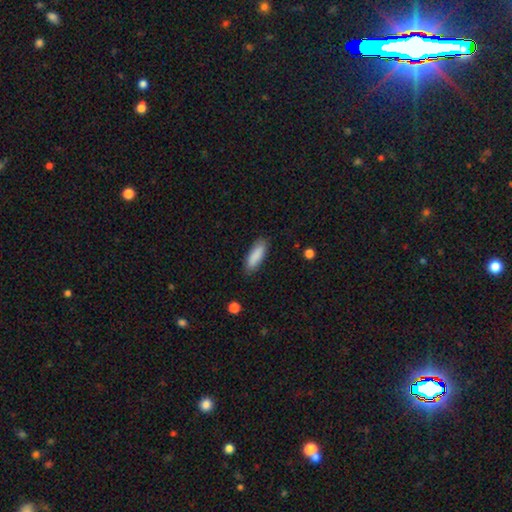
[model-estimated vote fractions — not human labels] A smooth galaxy with no disk features (88%) that is in between round and cigar-shaped (57%). Merging: none (86%).